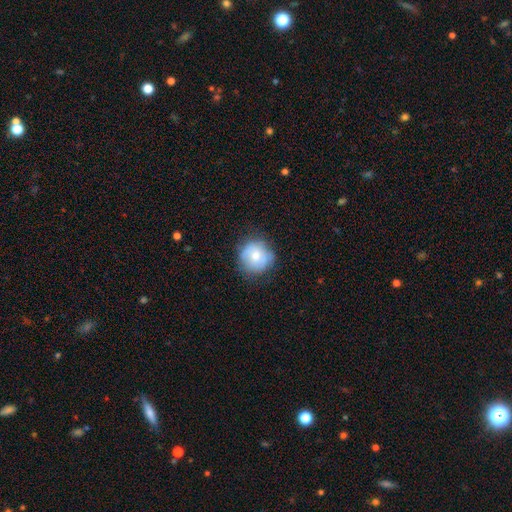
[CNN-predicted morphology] Smooth or featured? Predicted: smooth (p=0.64). How rounded? Predicted: round (p=0.91). Merging? Predicted: none (p=0.73).